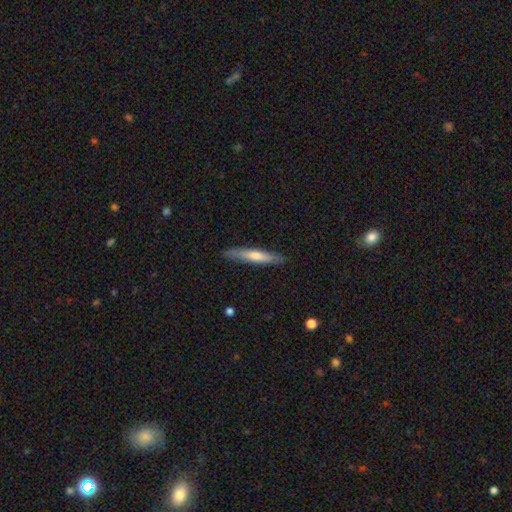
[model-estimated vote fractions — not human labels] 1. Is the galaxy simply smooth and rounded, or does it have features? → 51% smooth, 43% featured or disk, 6% star or artifact.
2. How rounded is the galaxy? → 93% cigar-shaped, 6% in between, 1% round.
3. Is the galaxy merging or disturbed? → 89% none, 9% minor disturbance, 2% major disturbance, 1% merger.